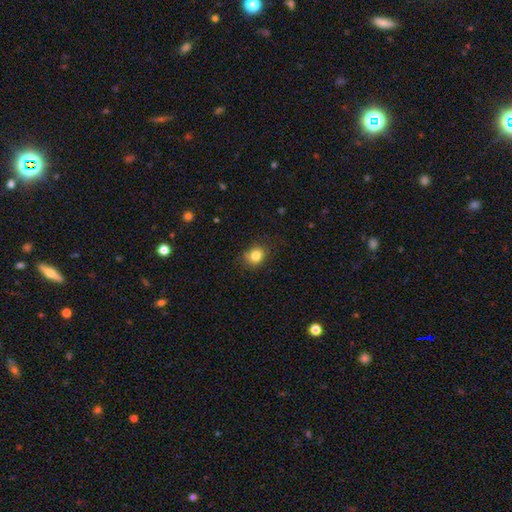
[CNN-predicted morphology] A smooth galaxy with no disk features (82%) that is round (69%).

Vote fractions:
- Smooth or featured? smooth: 82% / star or artifact: 11% / featured or disk: 7%
- How rounded? round: 69% / in between: 30% / cigar-shaped: 1%
- Merging? none: 79% / minor disturbance: 16% / major disturbance: 4% / merger: 2%